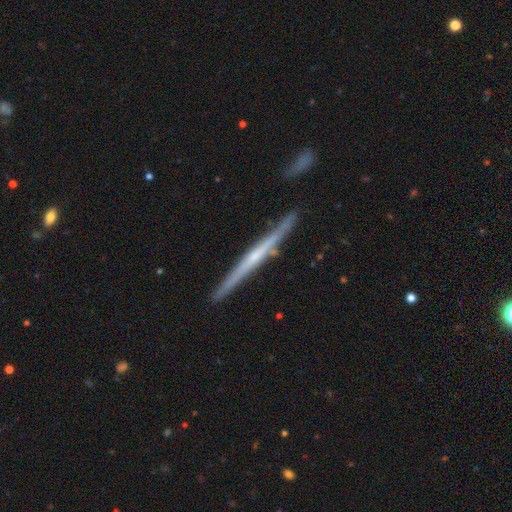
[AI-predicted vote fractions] Smooth or featured? Predicted: featured or disk (p=0.74). Edge-on disk? Predicted: yes (p=0.98). Edge-on bulge? Predicted: none (p=0.50). Merging? Predicted: none (p=0.89).